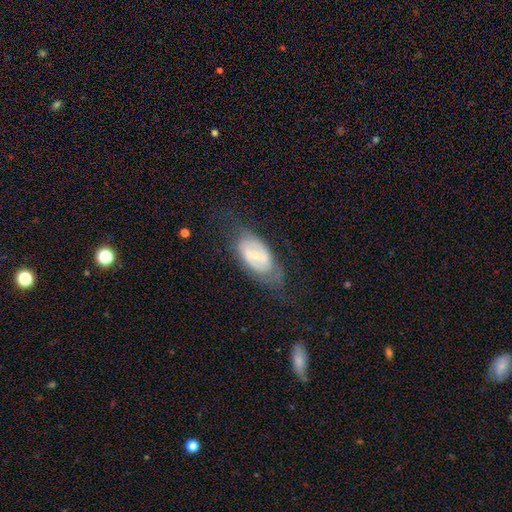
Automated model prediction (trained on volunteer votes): A featured or disk galaxy (58%) with a weak bar (44%), spiral arms (51%) and a small central bulge (58%).

Vote fractions:
- Smooth or featured? featured or disk: 58% / smooth: 35% / star or artifact: 7%
- Edge-on disk? no: 89% / yes: 11%
- Bar? weak: 44% / strong: 35% / no: 21%
- Spiral arms? yes: 51% / no: 49%
- Bulge size? small: 58% / moderate: 29% / none: 8% / large: 4% / dominant: 1%
- Merging? none: 58% / minor disturbance: 24% / major disturbance: 16% / merger: 2%